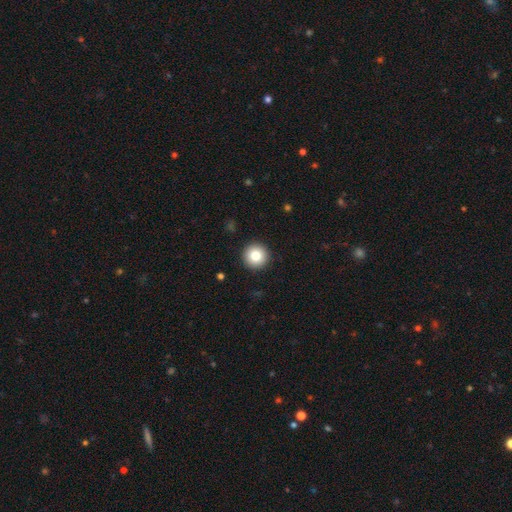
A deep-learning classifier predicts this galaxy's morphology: Q: Smooth or featured?
A: smooth (83%); runner-up: star or artifact (9%)
Q: How rounded?
A: round (96%); runner-up: in between (3%)
Q: Merging?
A: none (93%); runner-up: minor disturbance (4%)